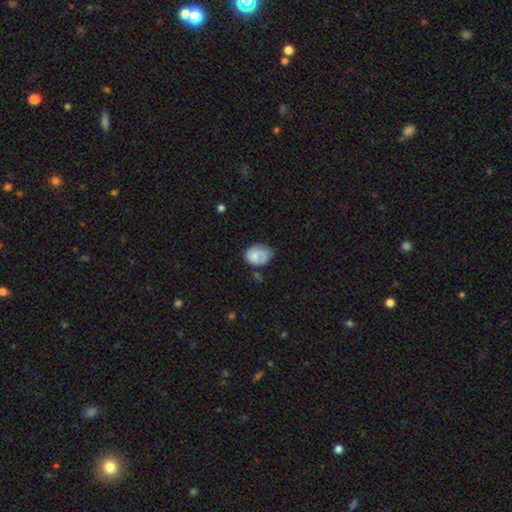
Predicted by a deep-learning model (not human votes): The model was most divided on "merging": none: 43%, minor disturbance: 35%, major disturbance: 16%, merger: 5%. More confident: smooth or featured — smooth (65%); how rounded — in between (59%).